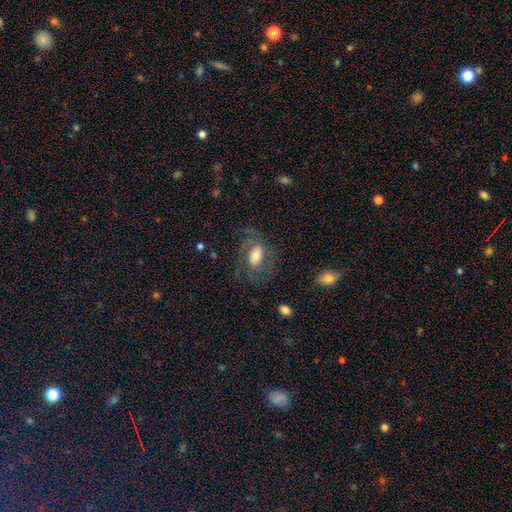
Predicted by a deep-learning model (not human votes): A featured or disk galaxy (63%) with a weak bar (39%), spiral arms (81%) and a moderate central bulge (56%). Merging: none (61%).